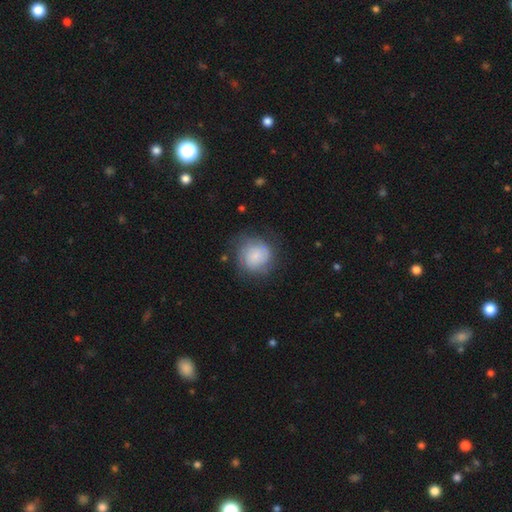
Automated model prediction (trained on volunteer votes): A smooth galaxy with no disk features (55%) that is round (86%).

Vote fractions:
- Smooth or featured? smooth: 55% / featured or disk: 36% / star or artifact: 8%
- How rounded? round: 86% / in between: 13% / cigar-shaped: 1%
- Merging? none: 65% / minor disturbance: 21% / major disturbance: 12% / merger: 2%